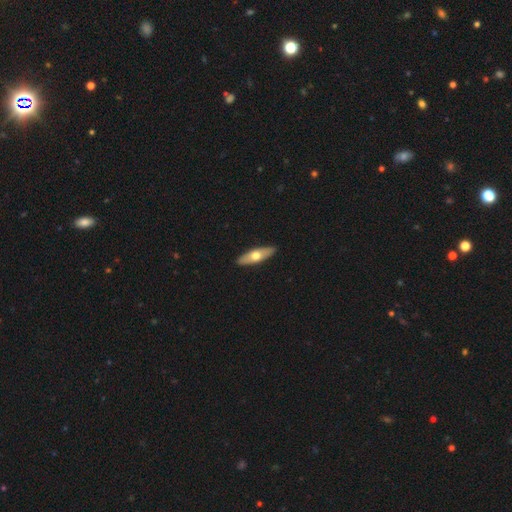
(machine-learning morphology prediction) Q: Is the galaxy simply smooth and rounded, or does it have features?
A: smooth — 53%.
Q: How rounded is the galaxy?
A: in between — 50%.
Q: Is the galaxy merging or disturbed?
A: none — 91%.